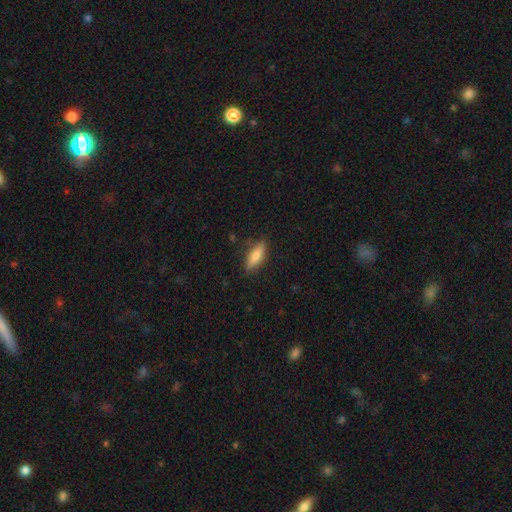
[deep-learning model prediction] A smooth galaxy with no disk features (70%) that is in between round and cigar-shaped (49%). Merging: none (84%).